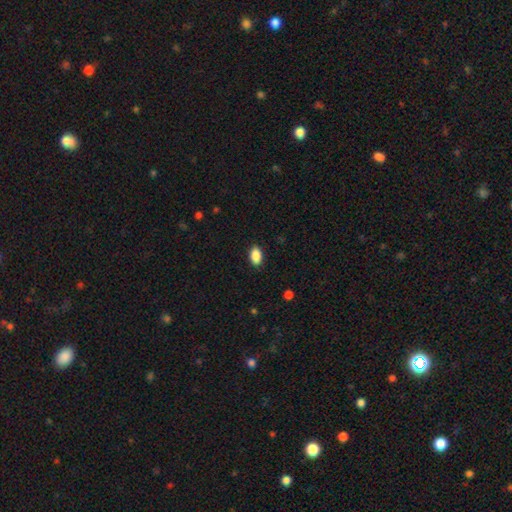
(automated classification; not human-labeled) Morphology: type=smooth (90%); roundness=in between (91%); merging=none (89%).